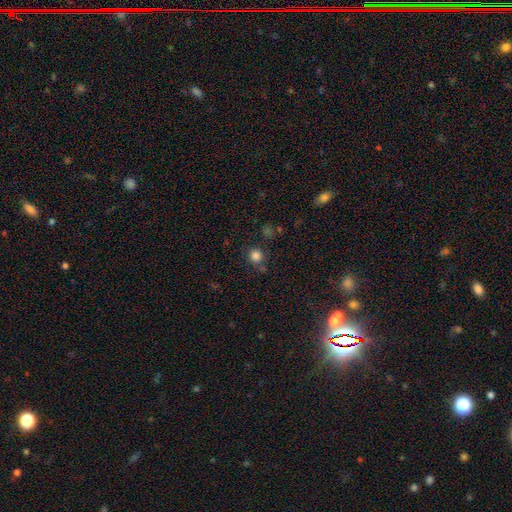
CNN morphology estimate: Smooth or featured: smooth — 81% (star or artifact — 14%)
How rounded: round — 91% (in between — 8%)
Merging: none — 76% (minor disturbance — 11%)